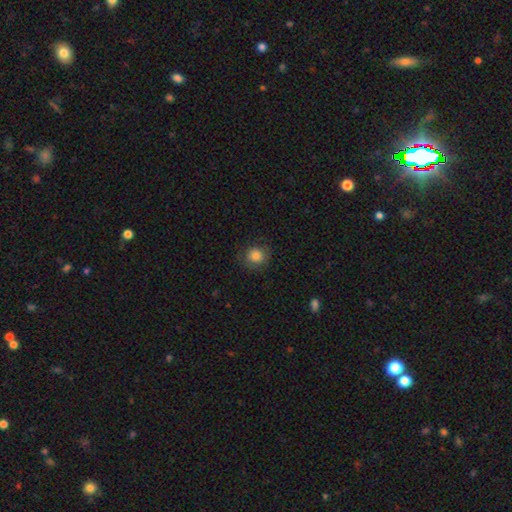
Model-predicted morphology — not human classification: Smooth or featured? smooth (83%)
How rounded? round (87%)
Merging? none (82%)